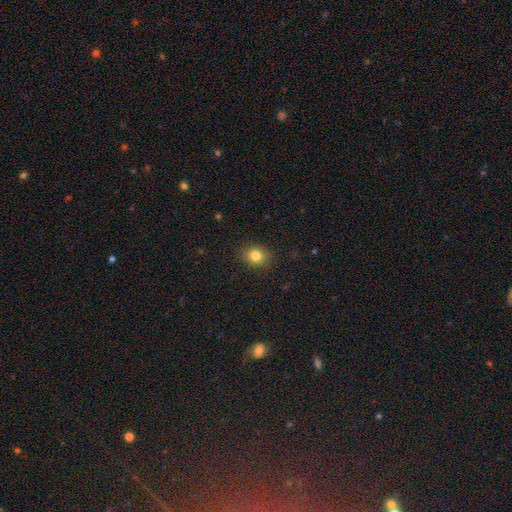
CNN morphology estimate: This is clearly a smooth galaxy (81%). How rounded: possibly round (59%). Merging: clearly none (88%).